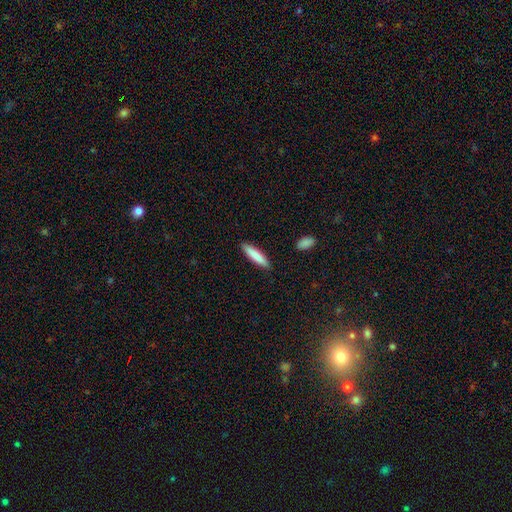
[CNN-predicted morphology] smooth-or-featured: smooth: 84% | featured or disk: 11% | star or artifact: 6%
  how-rounded: cigar-shaped: 80% | in between: 19% | round: 1%
  merging: none: 89% | minor disturbance: 8% | major disturbance: 2% | merger: 1%